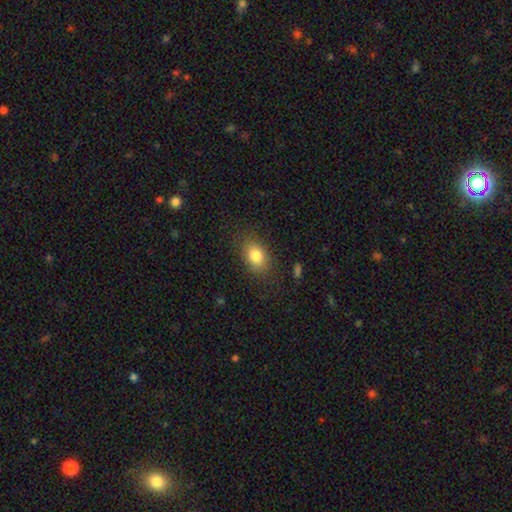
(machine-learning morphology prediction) This is clearly a smooth galaxy (81%). How rounded: likely in between (75%). Merging: clearly none (82%).